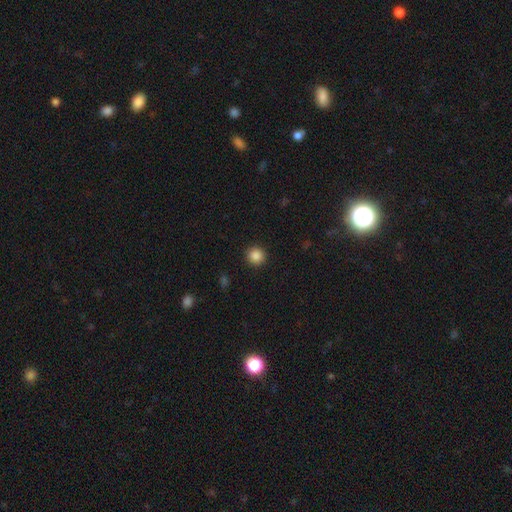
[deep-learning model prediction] The model was most divided on "smooth or featured": smooth: 87%, star or artifact: 10%, featured or disk: 3%. More confident: how rounded — round (93%); merging — none (92%).